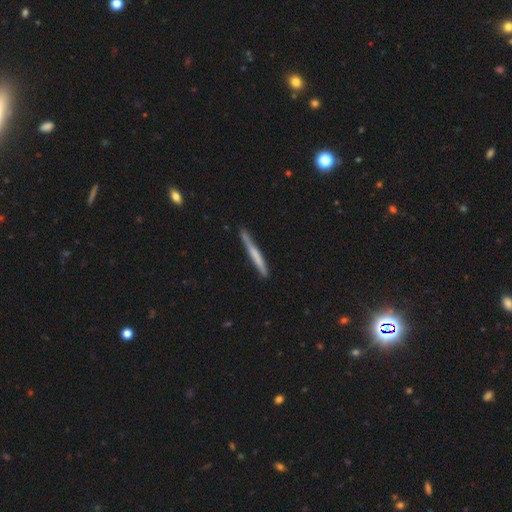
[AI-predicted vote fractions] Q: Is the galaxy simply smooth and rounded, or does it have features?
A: smooth — 56%.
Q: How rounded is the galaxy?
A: cigar-shaped — 97%.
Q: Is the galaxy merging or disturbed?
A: none — 79%.